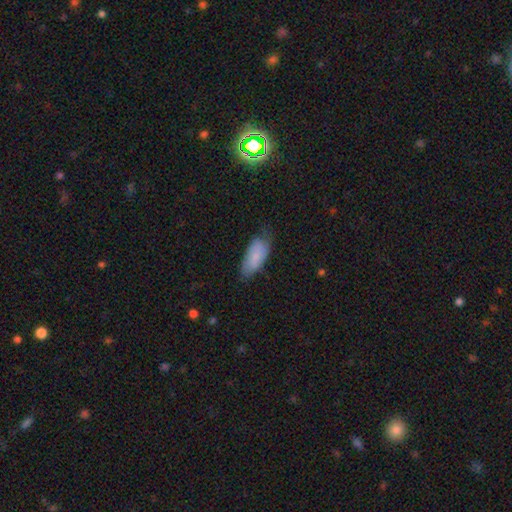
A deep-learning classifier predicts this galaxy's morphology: Smooth or featured? smooth (81%)
How rounded? in between (84%)
Merging? none (57%)